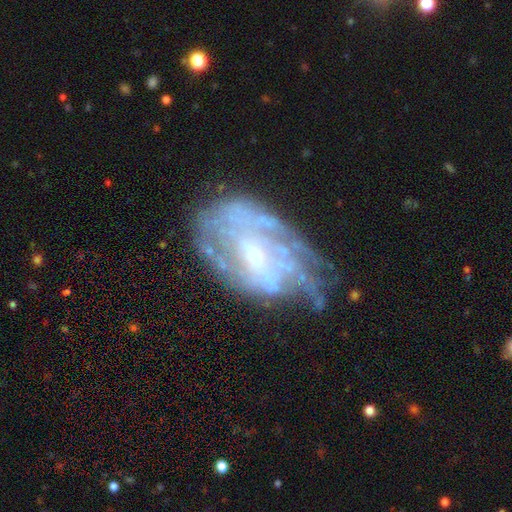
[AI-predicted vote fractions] smooth-or-featured: featured or disk: 78% | smooth: 13% | star or artifact: 8%
  disk-edge-on: no: 96% | yes: 4%
    bar: weak: 44% | no: 43% | strong: 13%
    has-spiral-arms: yes: 71% | no: 29%
      spiral-winding: tight: 52% | medium: 31% | loose: 17%
      spiral-arm-count: can't tell: 59% | 2: 15% | 3: 9% | 4: 7% | 1: 6% | more than 4: 5%
    bulge-size: small: 65% | moderate: 28% | none: 5% | large: 2% | dominant: 1%
  merging: none: 47% | minor disturbance: 28% | major disturbance: 21% | merger: 3%